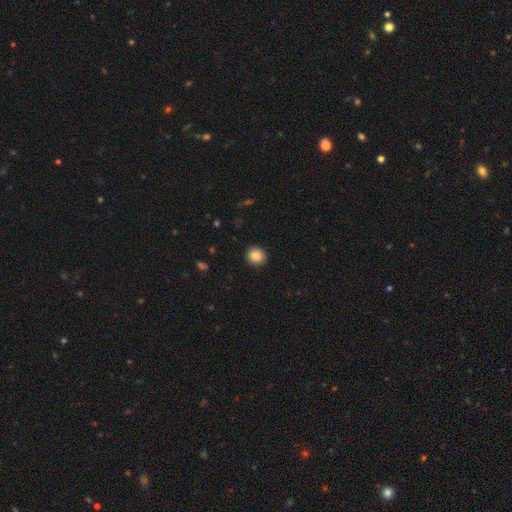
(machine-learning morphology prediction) Smooth or featured: smooth — 85% (star or artifact — 9%)
How rounded: round — 88% (in between — 11%)
Merging: none — 92% (minor disturbance — 5%)